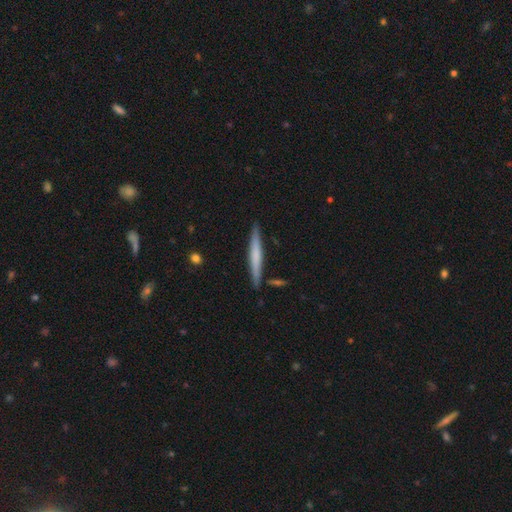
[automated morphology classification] smooth-or-featured: smooth: 53% | featured or disk: 42% | star or artifact: 5%
  how-rounded: cigar-shaped: 96% | in between: 3% | round: 1%
  merging: none: 87% | minor disturbance: 9% | merger: 2% | major disturbance: 2%